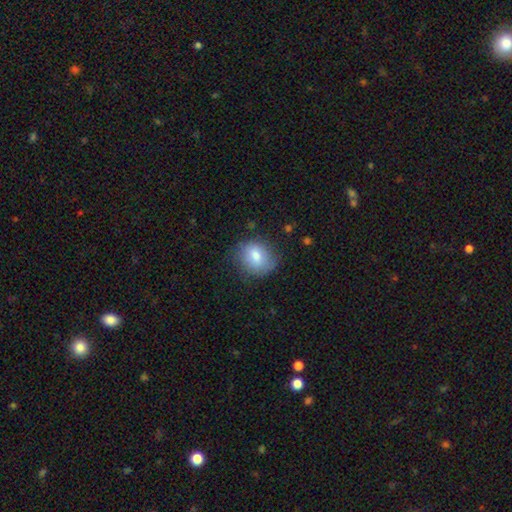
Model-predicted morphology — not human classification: type=smooth (76%); roundness=round (67%); merging=none (71%).